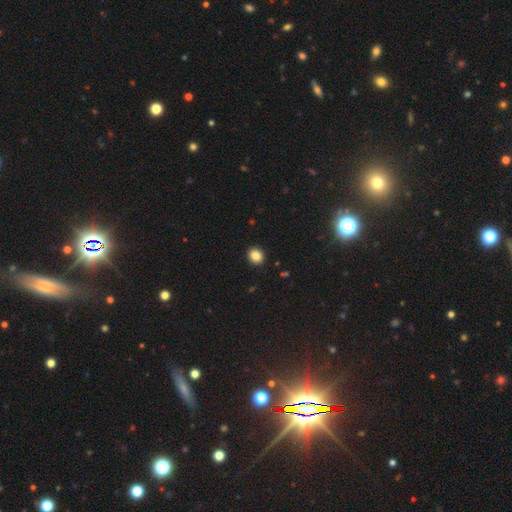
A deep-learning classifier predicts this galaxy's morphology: This appears to be a smooth galaxy with no disk features (86%) that is round (71%). Merging: none (92%).